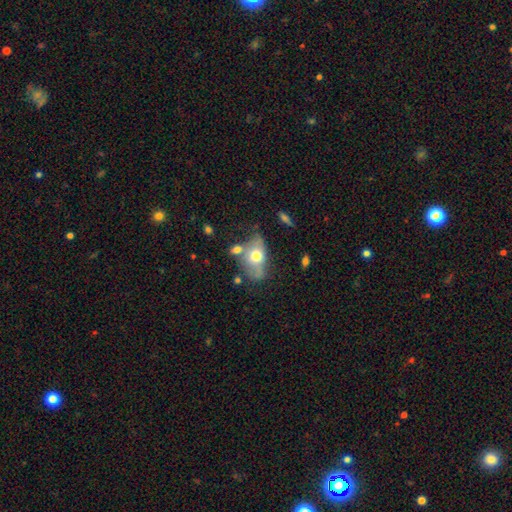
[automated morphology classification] smooth-or-featured: smooth: 57% | featured or disk: 35% | star or artifact: 8%
  how-rounded: in between: 81% | round: 16% | cigar-shaped: 4%
  merging: none: 46% | minor disturbance: 24% | merger: 18% | major disturbance: 12%